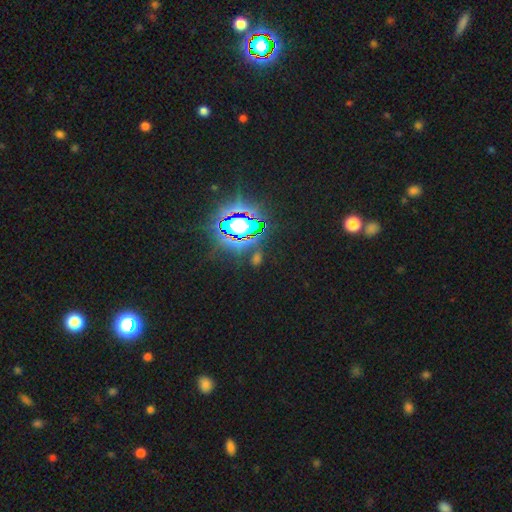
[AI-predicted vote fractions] Smooth or featured: star or artifact — 75% (smooth — 15%)